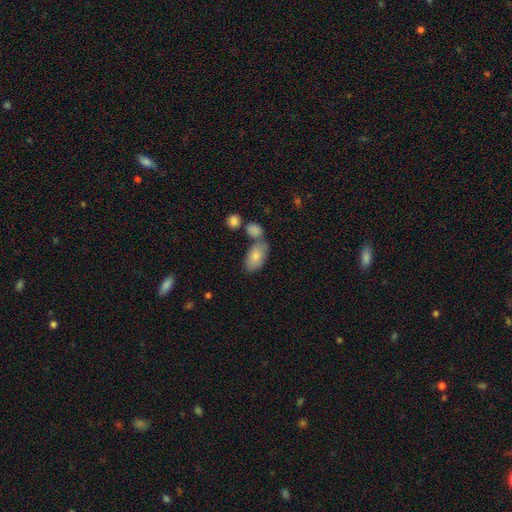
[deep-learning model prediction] smooth-or-featured: smooth: 80% | featured or disk: 13% | star or artifact: 6%
  how-rounded: in between: 93% | round: 5% | cigar-shaped: 2%
  merging: none: 51% | merger: 27% | minor disturbance: 17% | major disturbance: 5%